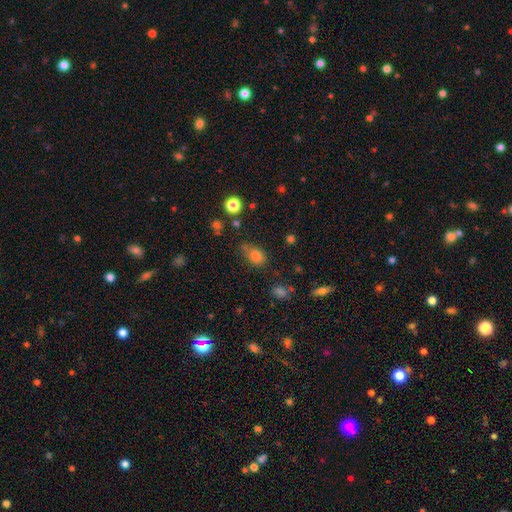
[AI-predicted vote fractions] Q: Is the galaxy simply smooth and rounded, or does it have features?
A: smooth — 76%.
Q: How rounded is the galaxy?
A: in between — 69%.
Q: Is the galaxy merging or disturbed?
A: none — 52%.